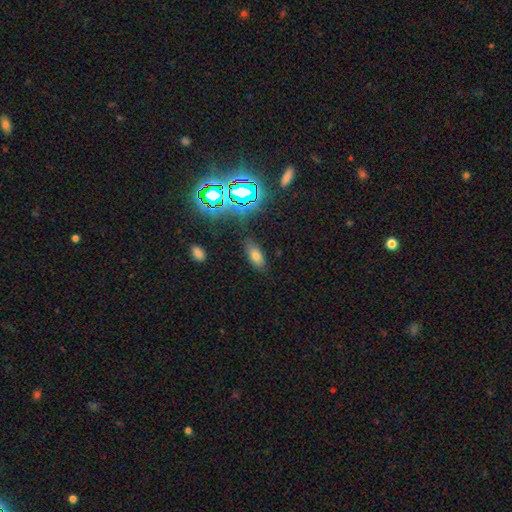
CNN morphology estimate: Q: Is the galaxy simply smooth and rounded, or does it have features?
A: smooth — 64%.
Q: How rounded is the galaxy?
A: in between — 85%.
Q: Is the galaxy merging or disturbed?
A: none — 82%.